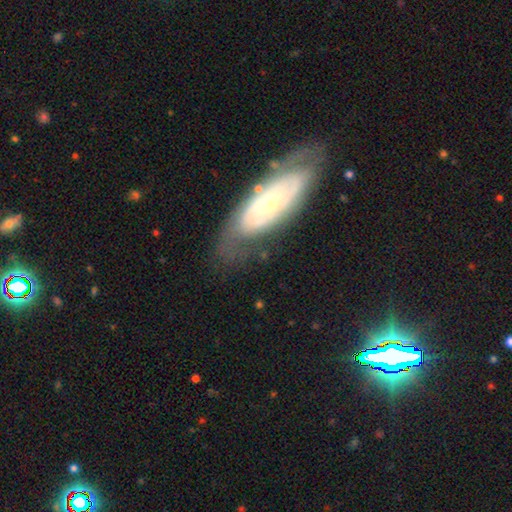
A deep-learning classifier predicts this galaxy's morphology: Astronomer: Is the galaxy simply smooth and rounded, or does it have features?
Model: featured or disk — 67%.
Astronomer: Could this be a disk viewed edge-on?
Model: no — 81%.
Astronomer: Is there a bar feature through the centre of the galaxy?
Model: no — 66%.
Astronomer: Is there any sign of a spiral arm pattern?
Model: yes — 79%.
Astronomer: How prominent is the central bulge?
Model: small — 71%.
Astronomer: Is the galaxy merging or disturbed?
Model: none — 78%.